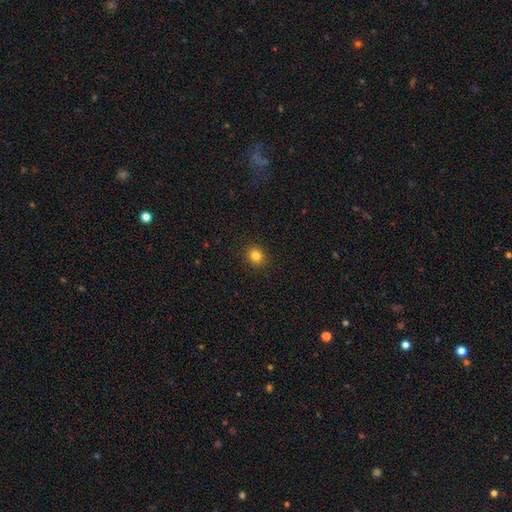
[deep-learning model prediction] Smooth or featured: smooth — 82% (star or artifact — 12%)
How rounded: round — 81% (in between — 18%)
Merging: none — 91% (minor disturbance — 6%)